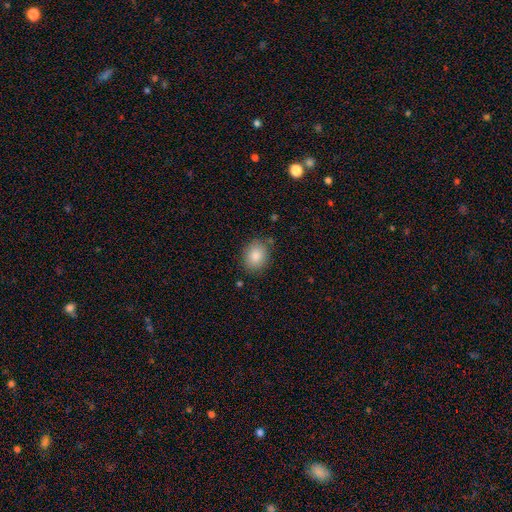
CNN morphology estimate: Overall: smooth (86%). How rounded: in between (53%; round 46%). Merging: none (79%).